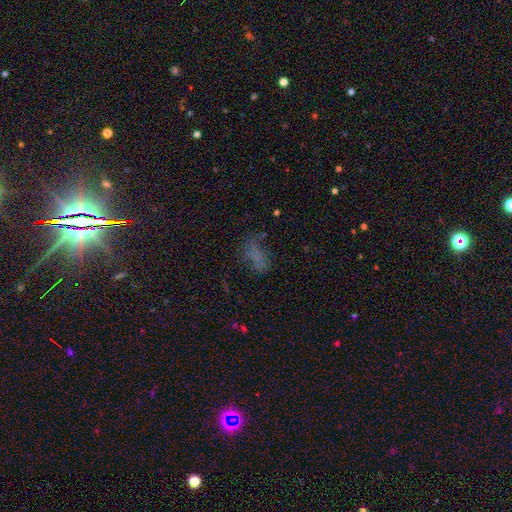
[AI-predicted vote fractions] smooth 52%, star or artifact 27%, featured or disk 21%. Down the decision tree: how rounded — in between (84%); merging — none (50%).